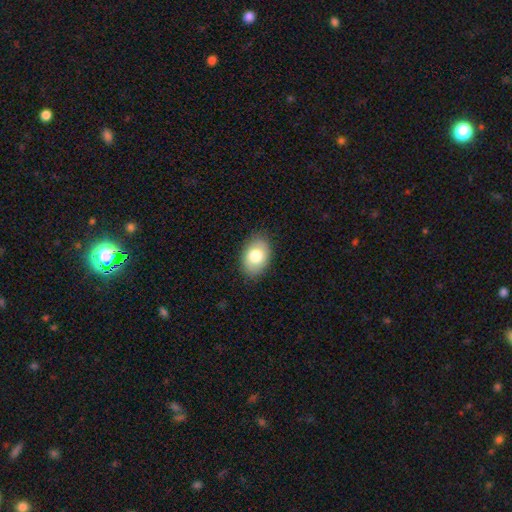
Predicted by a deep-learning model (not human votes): A smooth galaxy with no disk features (78%) that is in between round and cigar-shaped (85%).

Vote fractions:
- Smooth or featured? smooth: 78% / featured or disk: 15% / star or artifact: 7%
- How rounded? in between: 85% / round: 14% / cigar-shaped: 1%
- Merging? none: 86% / minor disturbance: 11% / major disturbance: 3% / merger: 1%